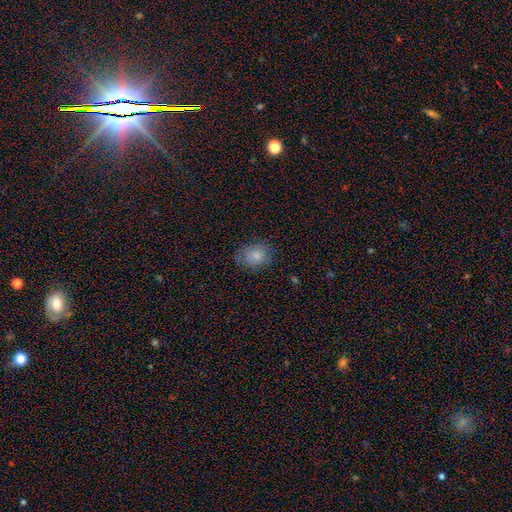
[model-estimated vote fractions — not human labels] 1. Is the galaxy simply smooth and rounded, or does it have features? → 81% smooth, 10% featured or disk, 9% star or artifact.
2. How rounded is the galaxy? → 60% in between, 39% round, 1% cigar-shaped.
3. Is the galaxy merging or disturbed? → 72% none, 21% minor disturbance, 6% major disturbance, 1% merger.